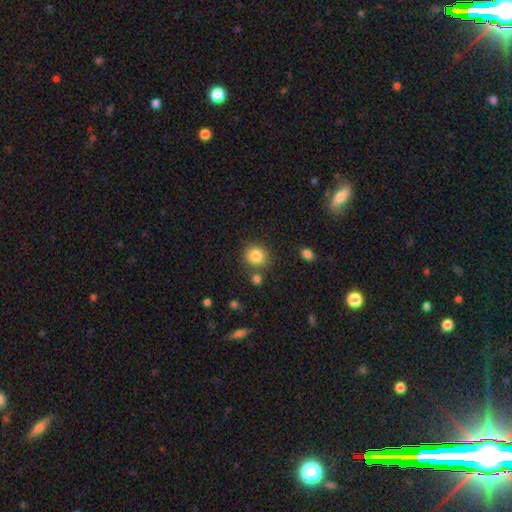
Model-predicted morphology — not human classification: Smooth or featured: smooth — 84% (star or artifact — 10%)
How rounded: round — 88% (in between — 12%)
Merging: none — 78% (minor disturbance — 10%)